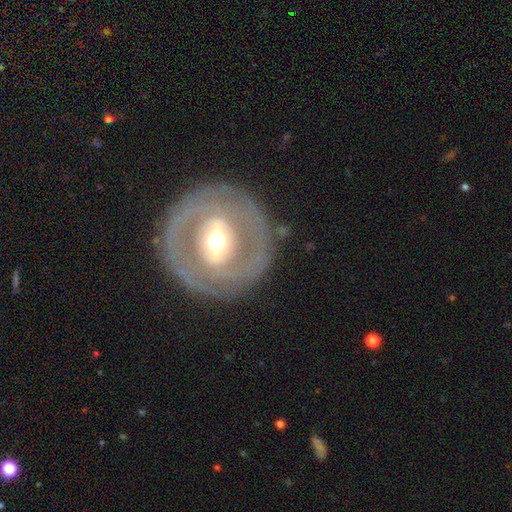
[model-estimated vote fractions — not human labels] This appears to be a featured or disk galaxy (76%) with a strong bar (39%), spiral arms (53%) and a moderate central bulge (68%). Merging: none (82%).